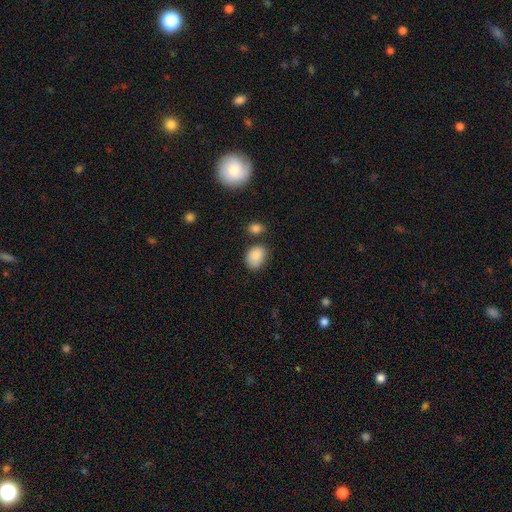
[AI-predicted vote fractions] This appears to be a smooth galaxy with no disk features (86%) that is in between round and cigar-shaped (65%). Merging: none (66%).